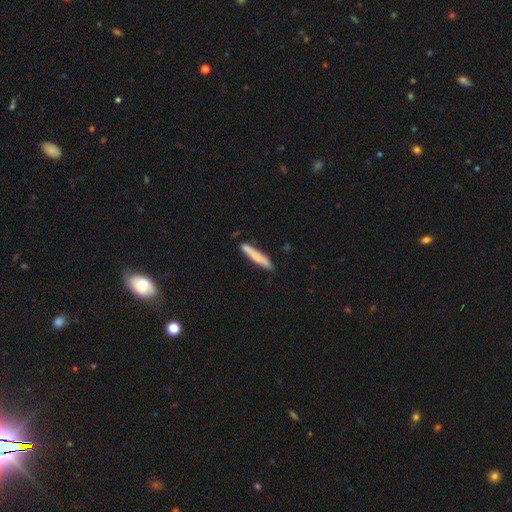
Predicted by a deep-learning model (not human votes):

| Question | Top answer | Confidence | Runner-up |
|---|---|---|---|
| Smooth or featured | smooth | 71% | featured or disk (23%) |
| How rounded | cigar-shaped | 94% | in between (5%) |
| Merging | none | 83% | minor disturbance (13%) |